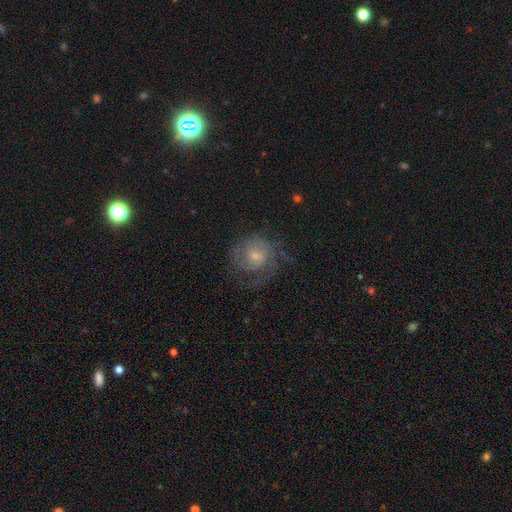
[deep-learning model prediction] A featured or disk galaxy (55%) with no bar (70%), spiral arms (73%) and a small central bulge (59%).

Vote fractions:
- Smooth or featured? featured or disk: 55% / smooth: 35% / star or artifact: 9%
- Edge-on disk? no: 97% / yes: 3%
- Bar? no: 70% / weak: 26% / strong: 4%
- Spiral arms? yes: 73% / no: 27%
- Bulge size? small: 59% / moderate: 32% / none: 4% / large: 4% / dominant: 1%
- Merging? none: 53% / major disturbance: 24% / minor disturbance: 21% / merger: 1%